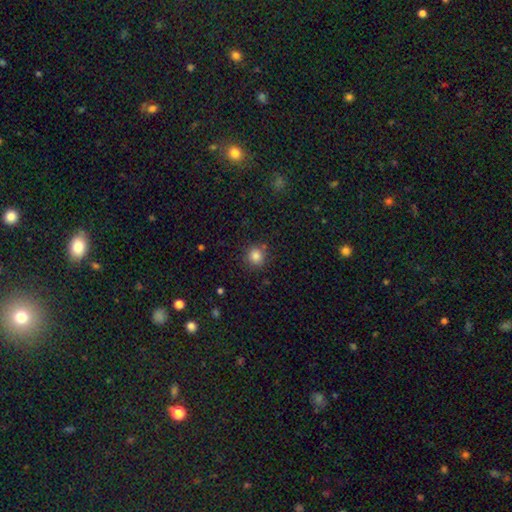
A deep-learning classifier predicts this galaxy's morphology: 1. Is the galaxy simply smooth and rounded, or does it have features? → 83% smooth, 12% star or artifact, 5% featured or disk.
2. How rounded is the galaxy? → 88% round, 11% in between, 1% cigar-shaped.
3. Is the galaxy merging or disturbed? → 83% none, 10% minor disturbance, 4% merger, 3% major disturbance.